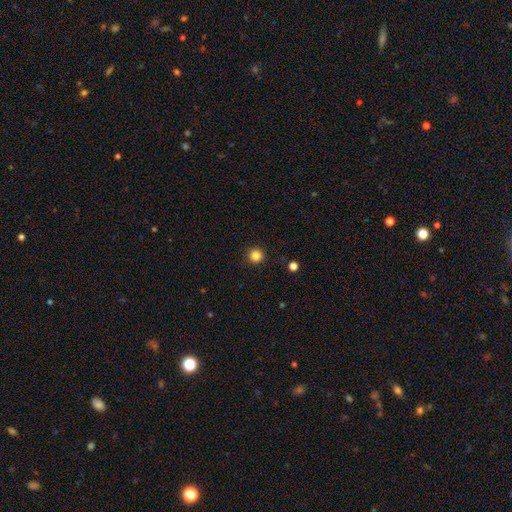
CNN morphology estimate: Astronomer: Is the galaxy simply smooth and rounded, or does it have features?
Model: smooth — 84%.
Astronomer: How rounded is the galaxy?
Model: round — 96%.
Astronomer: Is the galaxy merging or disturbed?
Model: none — 92%.